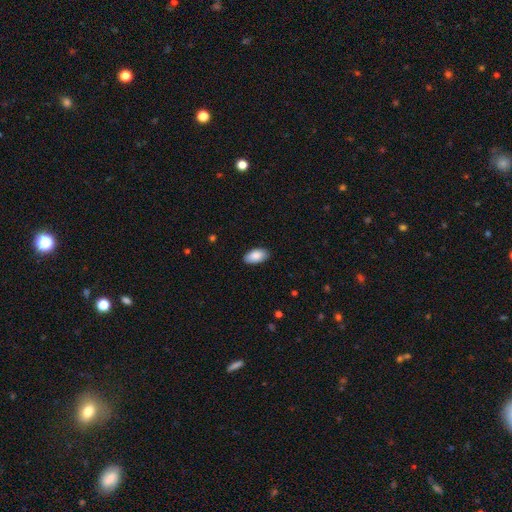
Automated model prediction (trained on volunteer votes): Overall: smooth (88%). How rounded: in between (95%). Merging: none (88%).